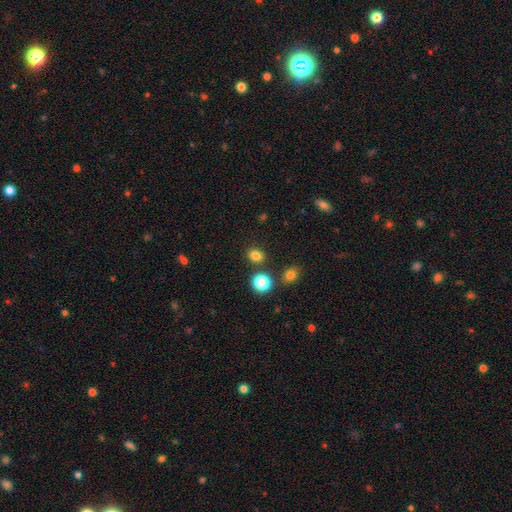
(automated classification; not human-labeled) Smooth or featured: smooth — 81% (star or artifact — 14%)
How rounded: round — 57% (in between — 42%)
Merging: none — 81% (minor disturbance — 9%)